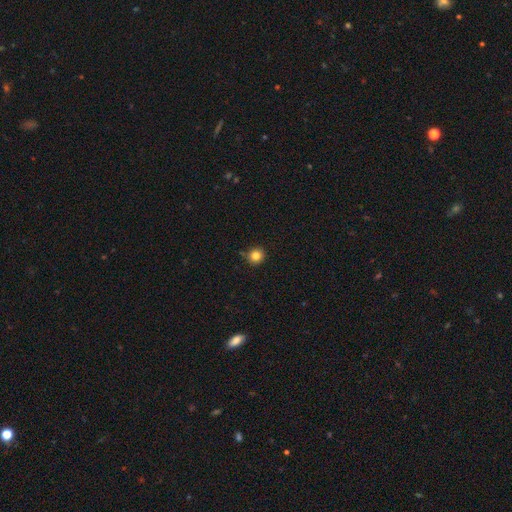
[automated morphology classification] This appears to be a smooth galaxy with no disk features (83%) that is round (92%). Merging: none (84%).